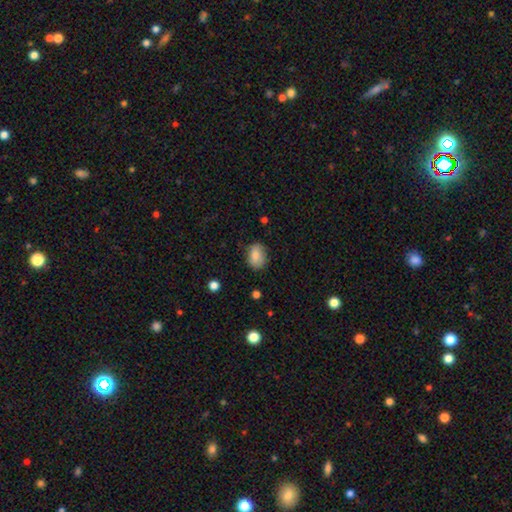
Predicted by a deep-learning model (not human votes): smooth 83%, featured or disk 9%, star or artifact 8%. Down the decision tree: how rounded — in between (73%); merging — none (75%).